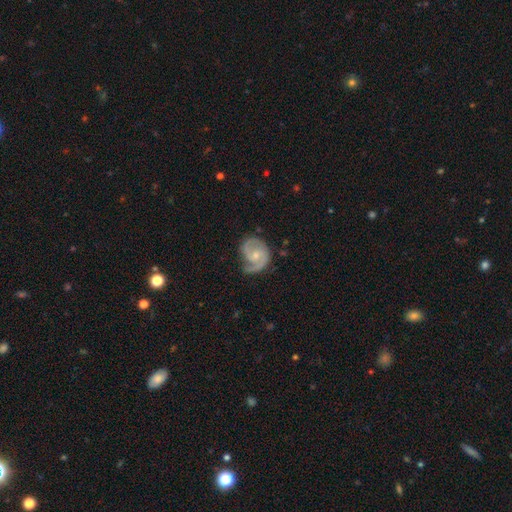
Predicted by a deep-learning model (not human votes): smooth-or-featured: featured or disk: 87% | smooth: 8% | star or artifact: 4%
  disk-edge-on: no: 98% | yes: 2%
    bar: no: 57% | weak: 37% | strong: 6%
    has-spiral-arms: yes: 97% | no: 3%
      spiral-winding: medium: 51% | tight: 35% | loose: 14%
      spiral-arm-count: 2: 84% | 1: 7% | can't tell: 4% | 3: 2% | 4: 1% | more than 4: 1%
    bulge-size: small: 58% | moderate: 36% | none: 4% | large: 1% | dominant: 1%
  merging: none: 66% | minor disturbance: 24% | major disturbance: 9% | merger: 2%